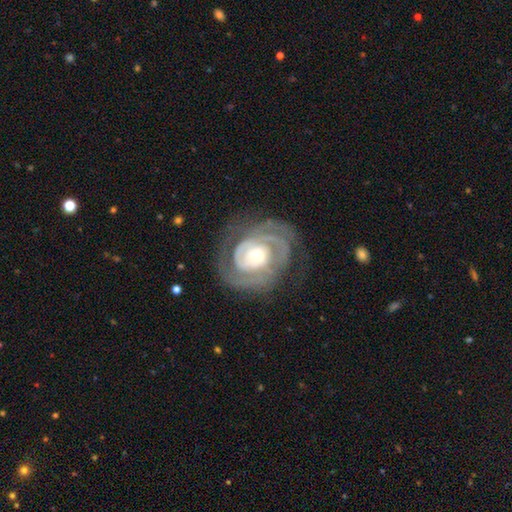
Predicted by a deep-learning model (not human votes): featured or disk 87%, smooth 8%, star or artifact 5%. Down the decision tree: edge-on disk — no (97%); bar — no (71%); spiral arms — yes (94%); spiral arm count — 2 (44%); spiral winding — tight (68%); bulge size — moderate (50%); merging — none (69%).